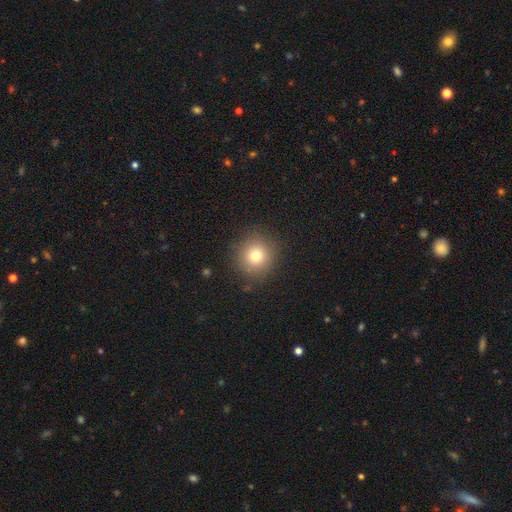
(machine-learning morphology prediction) smooth-or-featured: smooth: 77% | star or artifact: 14% | featured or disk: 10%
  how-rounded: round: 93% | in between: 6% | cigar-shaped: 1%
  merging: none: 88% | minor disturbance: 8% | major disturbance: 3% | merger: 1%